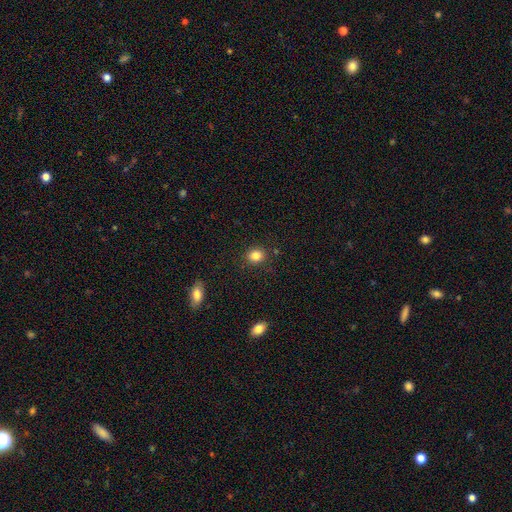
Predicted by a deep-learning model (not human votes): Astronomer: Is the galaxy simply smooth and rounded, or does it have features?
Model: smooth — 84%.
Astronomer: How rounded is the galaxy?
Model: round — 70%.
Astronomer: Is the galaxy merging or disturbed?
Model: none — 87%.